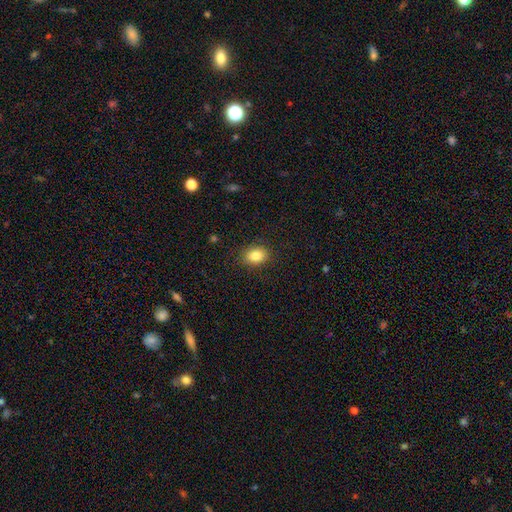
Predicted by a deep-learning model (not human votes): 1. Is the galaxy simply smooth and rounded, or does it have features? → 85% smooth, 9% star or artifact, 6% featured or disk.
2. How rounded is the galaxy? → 70% in between, 29% round, 1% cigar-shaped.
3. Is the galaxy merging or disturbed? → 86% none, 10% minor disturbance, 3% major disturbance, 1% merger.